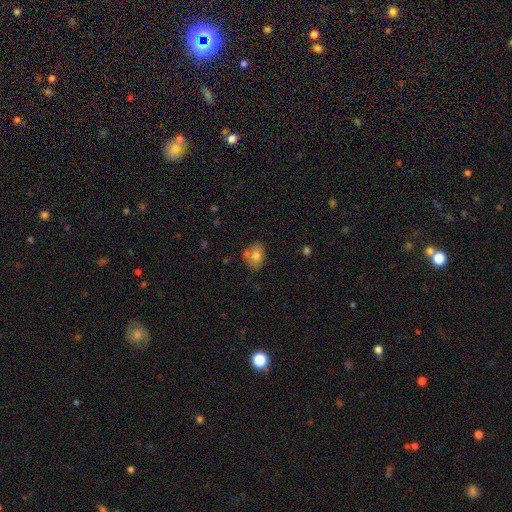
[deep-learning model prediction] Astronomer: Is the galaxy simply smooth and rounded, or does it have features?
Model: smooth — 73%.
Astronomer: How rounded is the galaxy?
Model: in between — 67%.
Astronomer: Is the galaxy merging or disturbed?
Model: none — 59%.